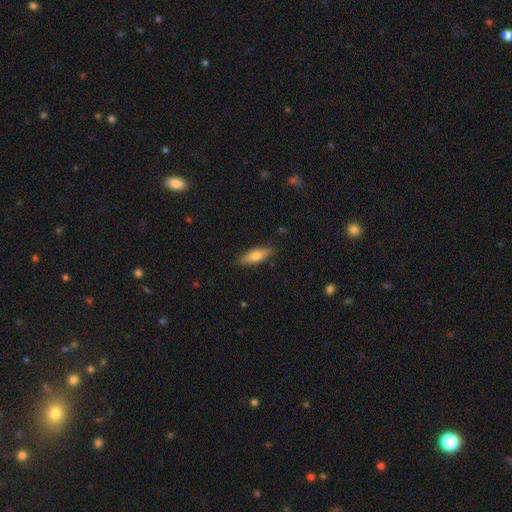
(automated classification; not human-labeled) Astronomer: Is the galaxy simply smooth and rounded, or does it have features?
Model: smooth — 68%.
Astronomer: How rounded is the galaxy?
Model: in between — 55% (runner-up: cigar-shaped, 42%).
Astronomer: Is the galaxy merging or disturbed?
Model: none — 87%.